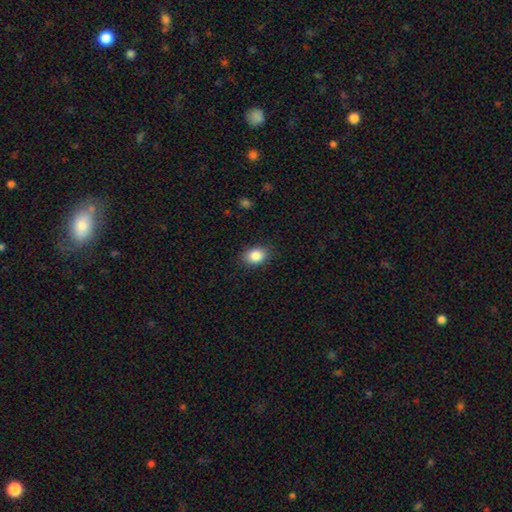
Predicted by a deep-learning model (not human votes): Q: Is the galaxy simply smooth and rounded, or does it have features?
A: smooth — 86%.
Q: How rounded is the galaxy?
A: in between — 69%.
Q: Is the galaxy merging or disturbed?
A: none — 86%.